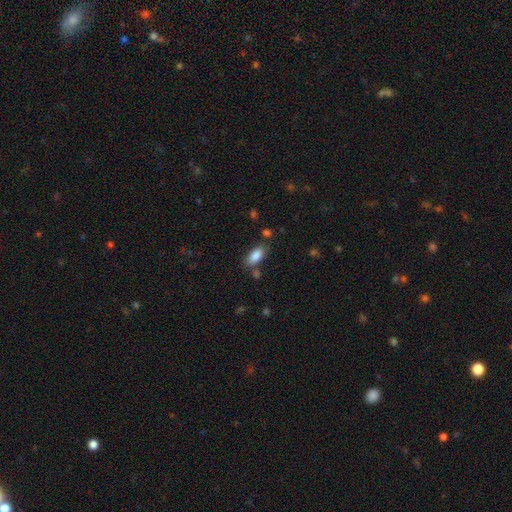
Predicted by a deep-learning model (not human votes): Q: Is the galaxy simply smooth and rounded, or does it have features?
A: smooth — 85%.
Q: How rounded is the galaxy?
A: in between — 88%.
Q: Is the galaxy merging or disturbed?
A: none — 75%.